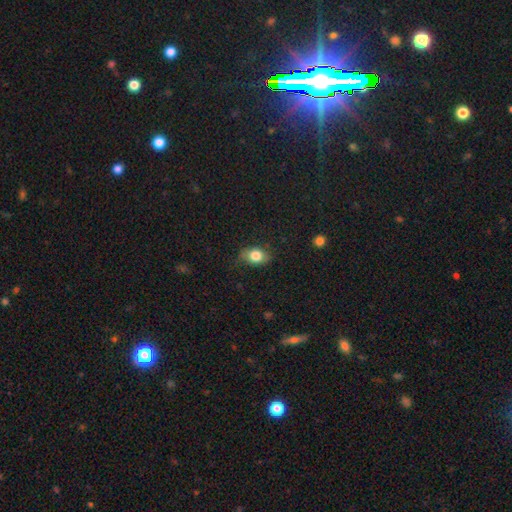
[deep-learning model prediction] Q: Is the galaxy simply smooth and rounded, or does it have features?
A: smooth — 80%.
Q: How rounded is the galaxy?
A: in between — 71%.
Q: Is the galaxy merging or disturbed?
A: none — 71%.